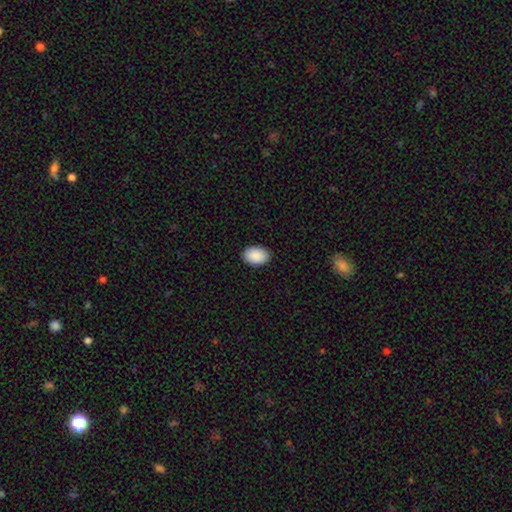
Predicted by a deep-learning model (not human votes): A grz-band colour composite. It shows a smooth galaxy with no disk features (91%) that is in between round and cigar-shaped (86%). Merging: none (90%).